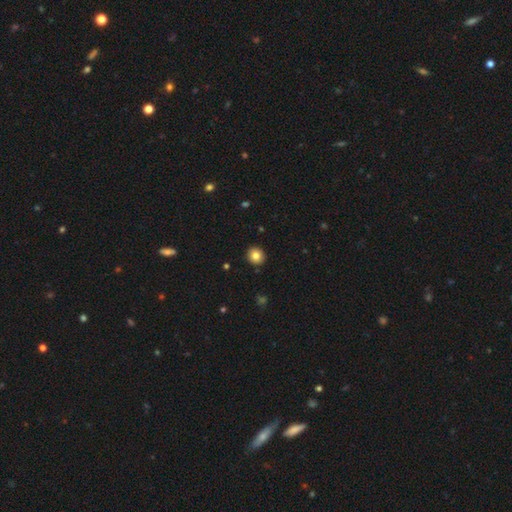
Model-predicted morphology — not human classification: This appears to be a smooth galaxy with no disk features (83%) that is round (88%). Merging: none (92%).